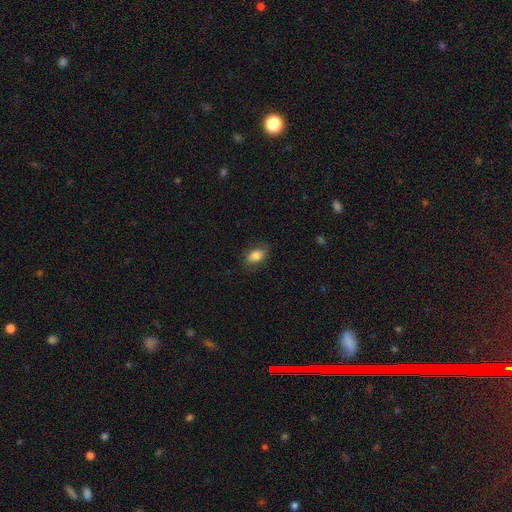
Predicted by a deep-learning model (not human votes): A smooth galaxy with no disk features (80%) that is in between round and cigar-shaped (87%).

Vote fractions:
- Smooth or featured? smooth: 80% / featured or disk: 12% / star or artifact: 8%
- How rounded? in between: 87% / round: 10% / cigar-shaped: 3%
- Merging? none: 80% / minor disturbance: 15% / major disturbance: 4% / merger: 1%